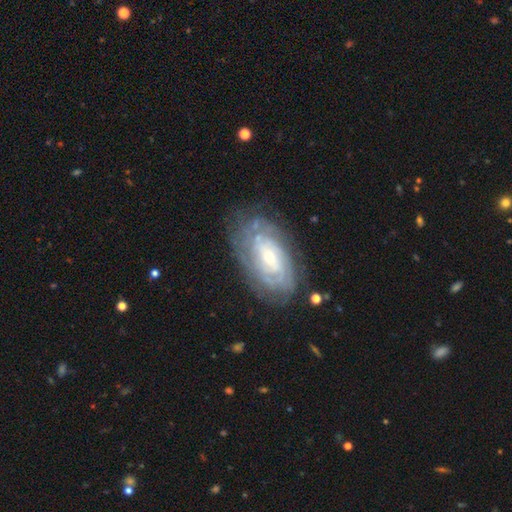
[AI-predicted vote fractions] Q: Smooth or featured?
A: featured or disk (47%); runner-up: smooth (35%)
Q: Merging?
A: none (82%); runner-up: minor disturbance (12%)